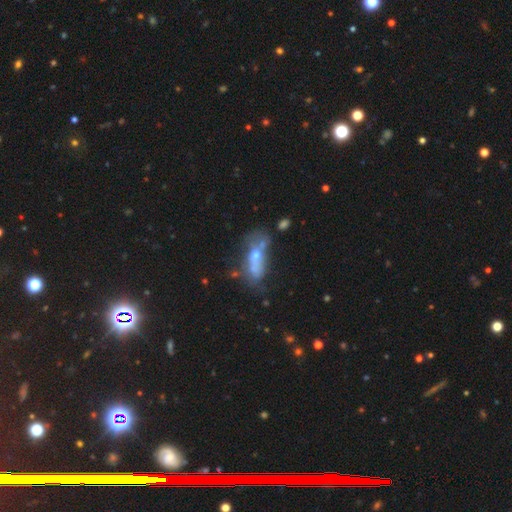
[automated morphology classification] This appears to be a featured or disk galaxy (48%). Merging: merger (37%).